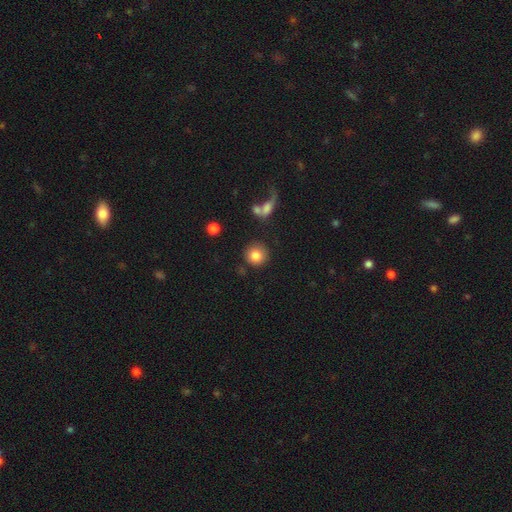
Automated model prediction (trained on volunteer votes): Q: Smooth or featured?
A: smooth (83%); runner-up: star or artifact (9%)
Q: How rounded?
A: round (92%); runner-up: in between (6%)
Q: Merging?
A: none (84%); runner-up: minor disturbance (8%)